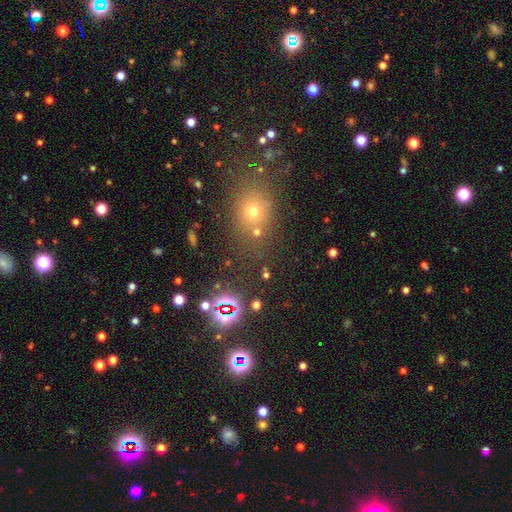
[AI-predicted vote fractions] smooth_or_featured: star or artifact (p=0.45) [alt: smooth p=0.44]